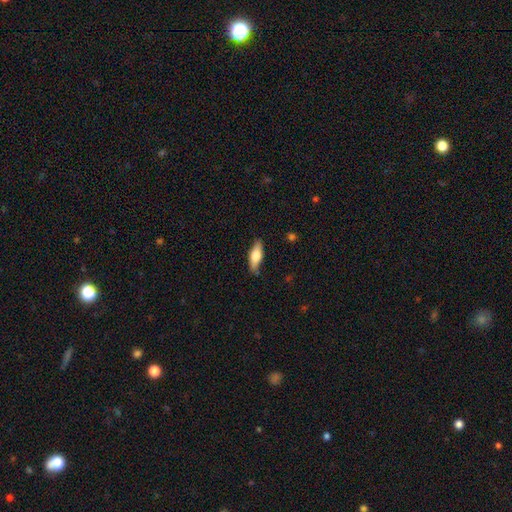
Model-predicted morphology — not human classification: Smooth or featured? smooth (62%)
How rounded? in between (60%)
Merging? none (83%)